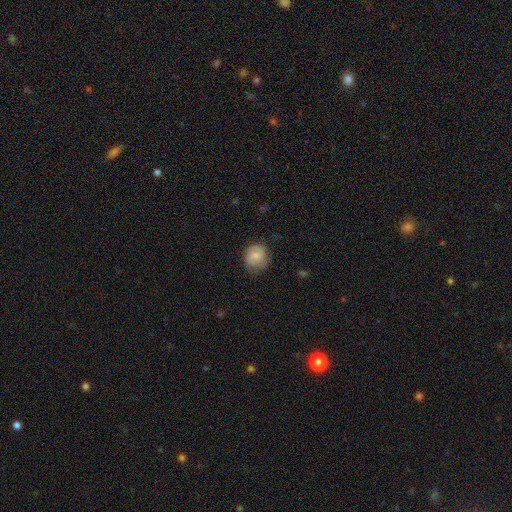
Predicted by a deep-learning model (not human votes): Morphology: type=smooth (66%); roundness=round (79%); merging=none (68%).